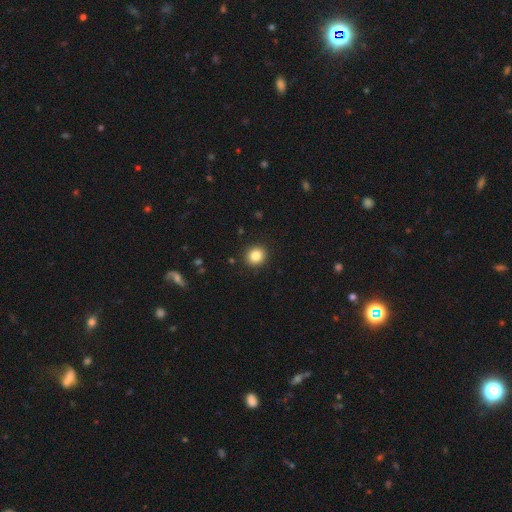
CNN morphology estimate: A smooth galaxy with no disk features (84%) that is round (85%). Merging: none (91%).